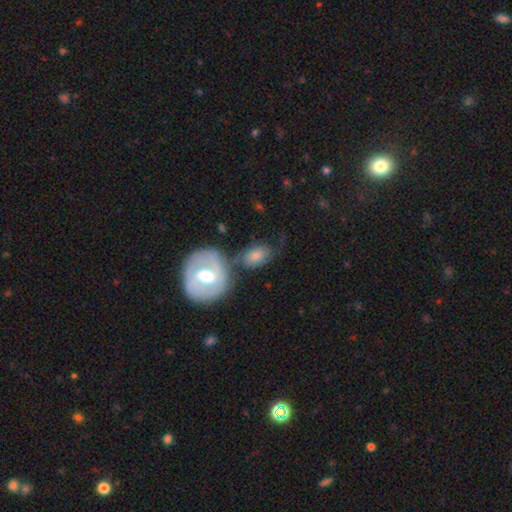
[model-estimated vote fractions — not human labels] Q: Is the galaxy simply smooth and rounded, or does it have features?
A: smooth — 60%.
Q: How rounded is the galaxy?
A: in between — 78%.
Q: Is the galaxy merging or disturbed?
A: none — 48%.